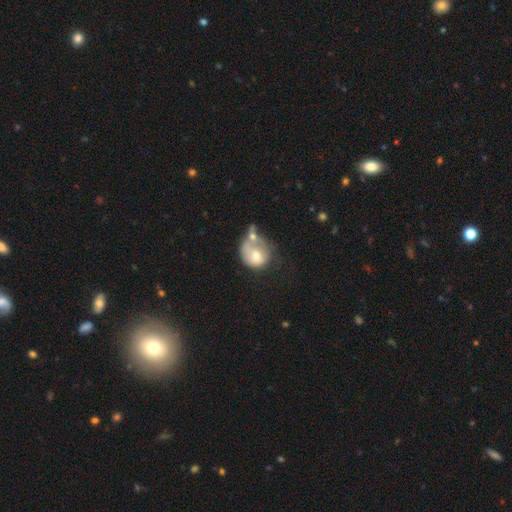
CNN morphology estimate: The model was most divided on "merging": merger: 41%, none: 21%, major disturbance: 21%, minor disturbance: 17%. More confident: how rounded — round (69%); smooth or featured — smooth (58%).